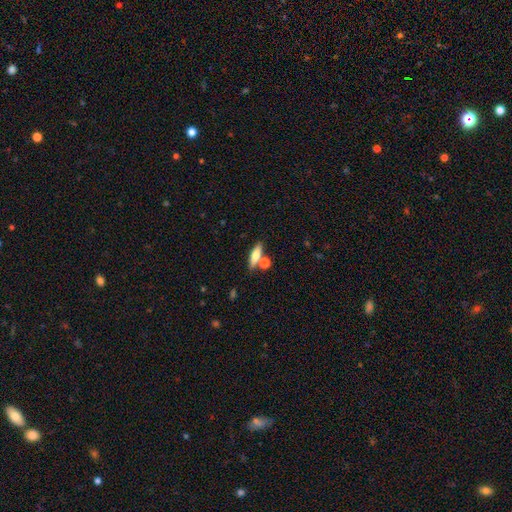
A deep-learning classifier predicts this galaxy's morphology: The model was most divided on "how rounded": cigar-shaped: 51%, in between: 42%, round: 7%. More confident: smooth or featured — smooth (65%); merging — none (64%).